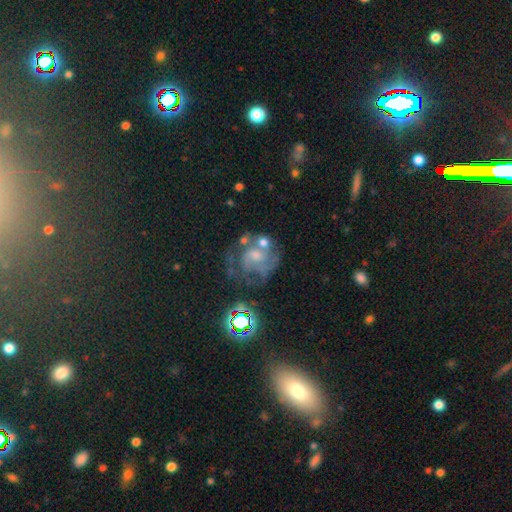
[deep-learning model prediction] Smooth or featured? featured or disk (62%)
Edge-on disk? no (97%)
Bar? no (65%)
Spiral arms? yes (78%)
Bulge size? small (41%)
Merging? none (46%)